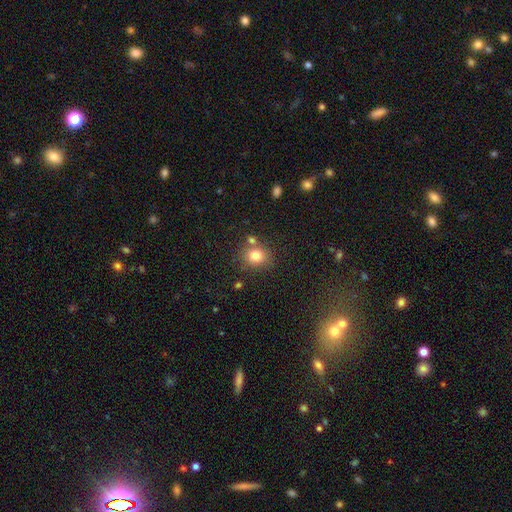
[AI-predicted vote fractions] Smooth or featured? smooth (79%)
How rounded? round (74%)
Merging? none (70%)